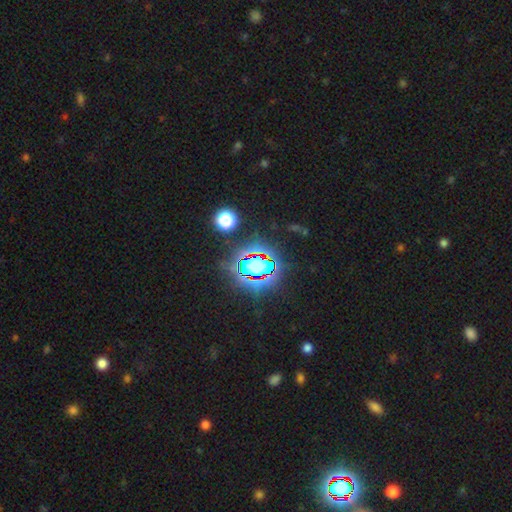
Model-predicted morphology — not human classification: star or artifact 77%, smooth 14%, featured or disk 9%.